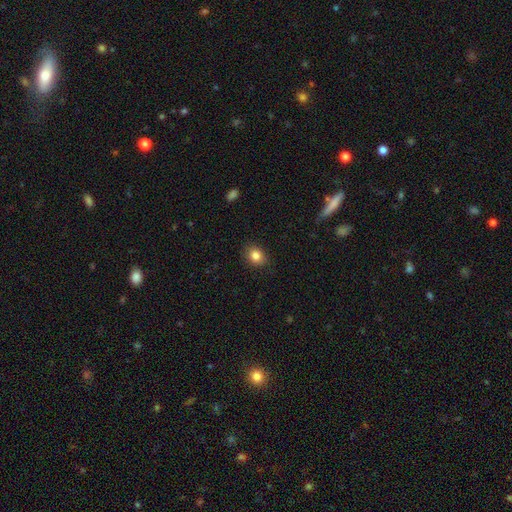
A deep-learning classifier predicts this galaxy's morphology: smooth_or_featured: smooth (p=0.84) [alt: star or artifact p=0.10]
how_rounded: round (p=0.55) [alt: in between p=0.44]
merging: none (p=0.87) [alt: minor disturbance p=0.10]